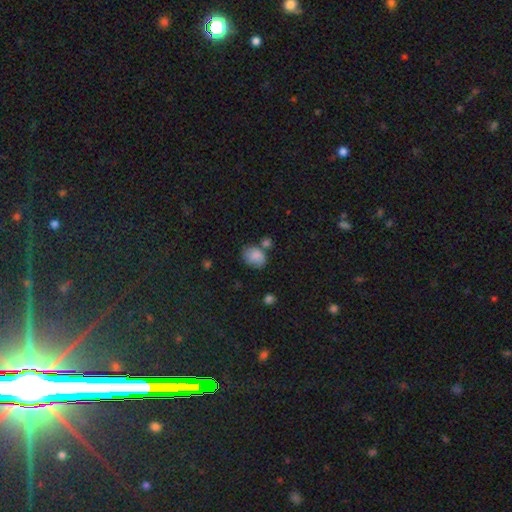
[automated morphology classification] Smooth or featured: smooth — 82% (featured or disk — 9%)
How rounded: in between — 67% (round — 32%)
Merging: none — 58% (minor disturbance — 22%)